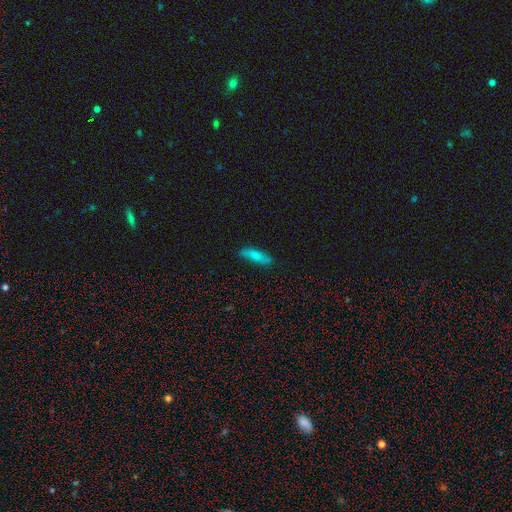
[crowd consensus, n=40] smooth_or_featured: smooth (p=0.70) [alt: featured or disk p=0.20]
how_rounded: in between (p=0.68) [alt: cigar-shaped p=0.32]
merging: none (p=0.81) [alt: minor disturbance p=0.17]